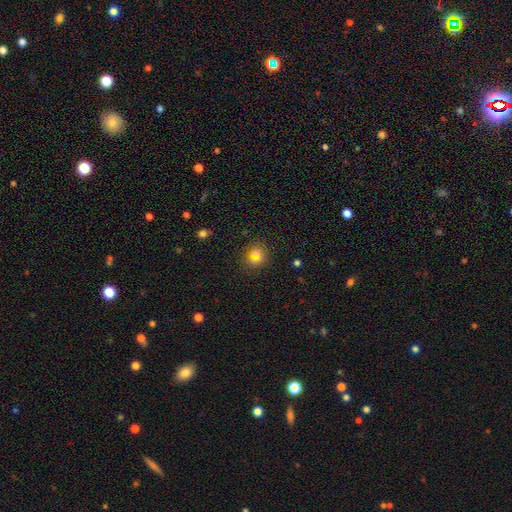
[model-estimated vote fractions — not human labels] Overall: smooth (65%). How rounded: round (85%). Merging: none (81%).